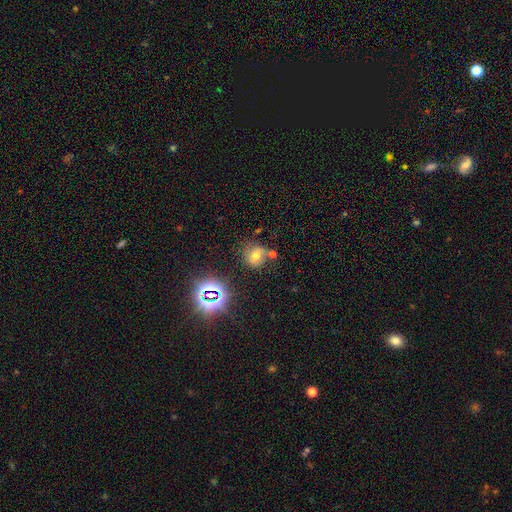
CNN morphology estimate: smooth 56%, star or artifact 25%, featured or disk 19%. Down the decision tree: how rounded — round (78%); merging — none (60%).